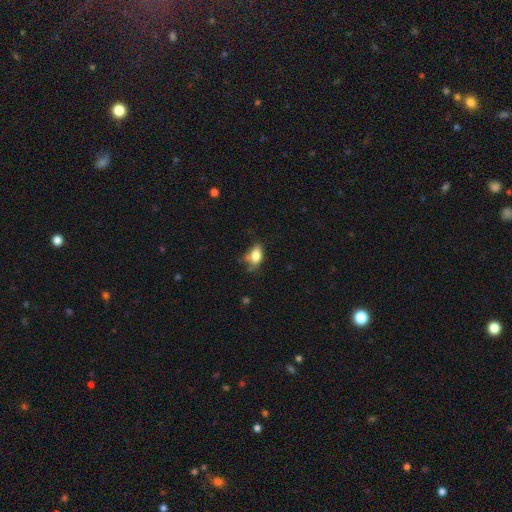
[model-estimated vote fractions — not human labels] Smooth or featured? Predicted: smooth (p=0.80). How rounded? Predicted: in between (p=0.85). Merging? Predicted: none (p=0.51).